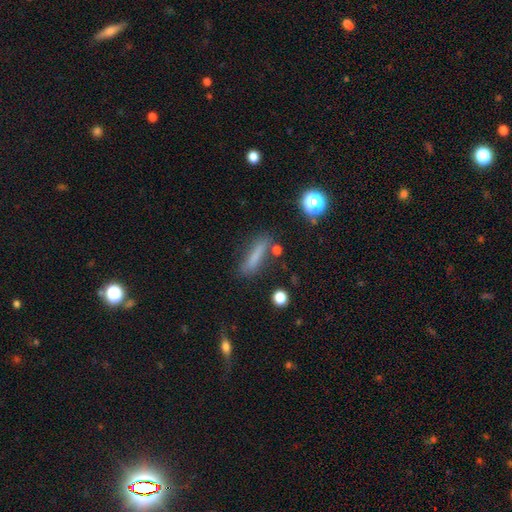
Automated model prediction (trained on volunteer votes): Smooth or featured? Predicted: smooth (p=0.72). How rounded? Predicted: cigar-shaped (p=0.81). Merging? Predicted: none (p=0.75).